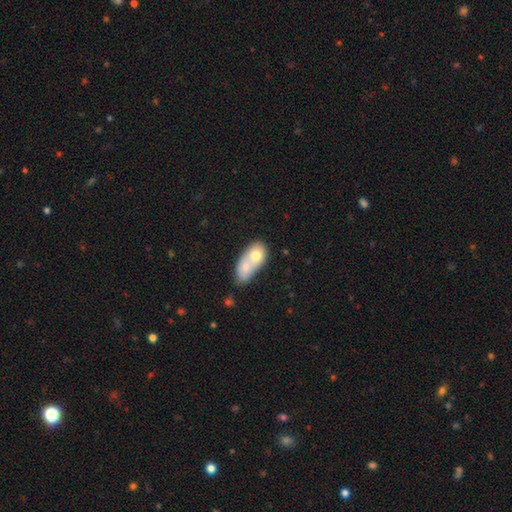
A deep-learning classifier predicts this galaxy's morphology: Smooth or featured? Predicted: smooth (p=0.68). How rounded? Predicted: in between (p=0.79). Merging? Predicted: merger (p=0.70).